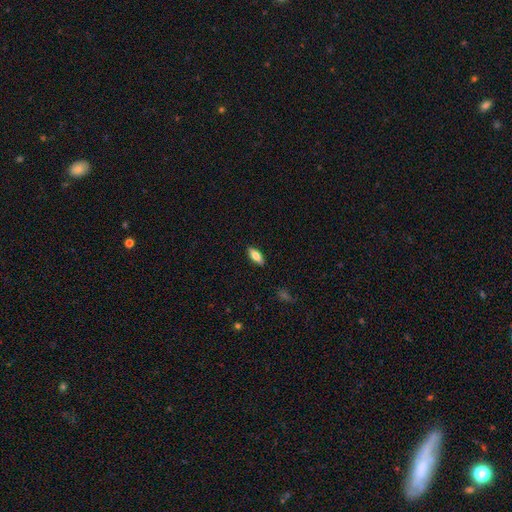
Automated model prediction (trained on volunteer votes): This is likely a smooth galaxy (71%). How rounded: likely in between (74%). Merging: clearly none (88%).